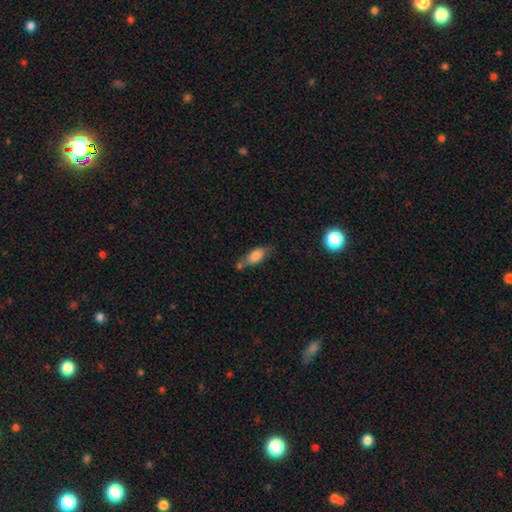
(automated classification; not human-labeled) This appears to be a smooth galaxy with no disk features (77%) that is in between round and cigar-shaped (81%). Merging: none (45%).